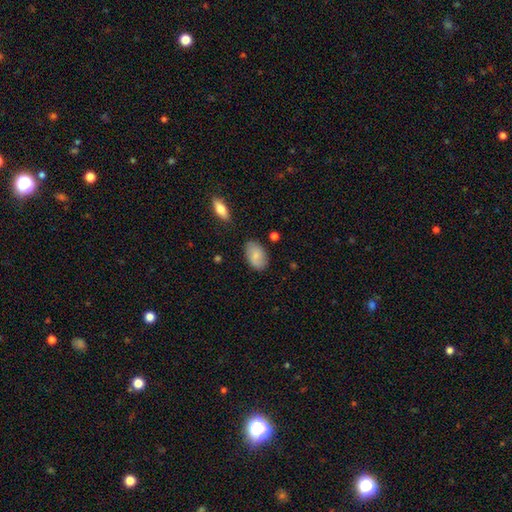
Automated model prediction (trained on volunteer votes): smooth_or_featured: smooth (p=0.77) [alt: featured or disk p=0.16]
how_rounded: in between (p=0.91) [alt: round p=0.07]
merging: none (p=0.80) [alt: minor disturbance p=0.15]